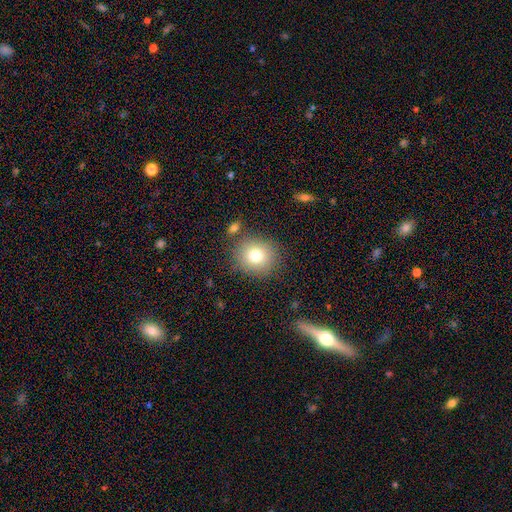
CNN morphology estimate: smooth-or-featured: smooth: 77% | star or artifact: 12% | featured or disk: 12%
  how-rounded: round: 84% | in between: 15% | cigar-shaped: 1%
  merging: none: 82% | minor disturbance: 10% | merger: 5% | major disturbance: 3%